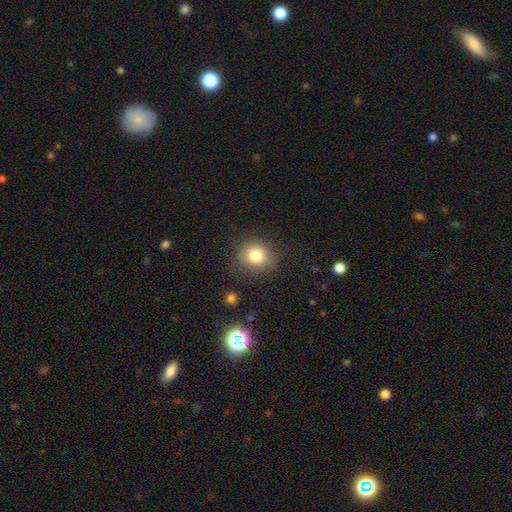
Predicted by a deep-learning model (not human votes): Smooth or featured? smooth (79%)
How rounded? round (79%)
Merging? none (81%)